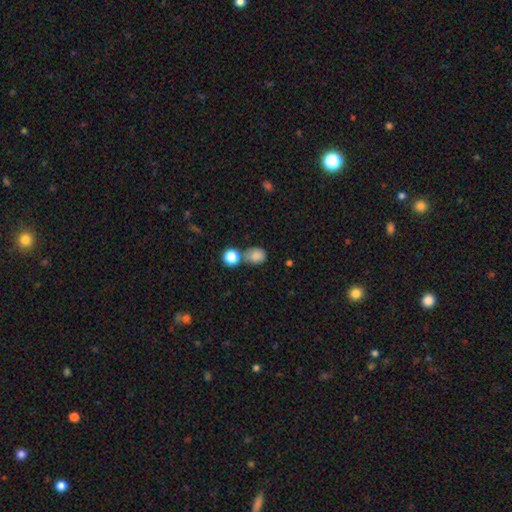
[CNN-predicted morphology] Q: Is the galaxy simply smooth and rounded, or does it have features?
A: smooth — 82%.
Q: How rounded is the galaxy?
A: round — 62%.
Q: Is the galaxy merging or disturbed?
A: none — 54%.